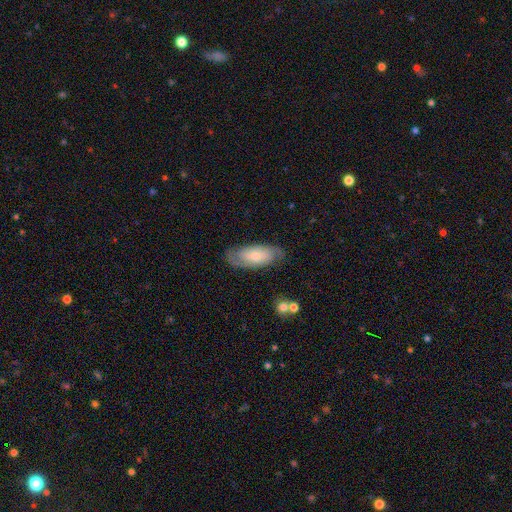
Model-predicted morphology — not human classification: Smooth or featured: featured or disk — 55% (smooth — 39%)
Edge-on disk: no — 90% (yes — 10%)
Merging: none — 78% (minor disturbance — 15%)